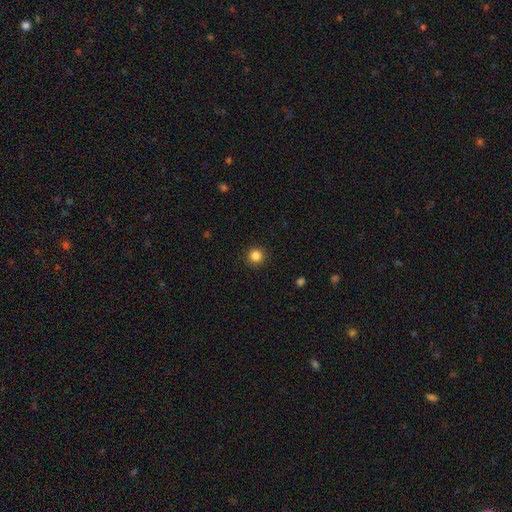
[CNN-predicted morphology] Smooth or featured? smooth (85%)
How rounded? round (95%)
Merging? none (92%)